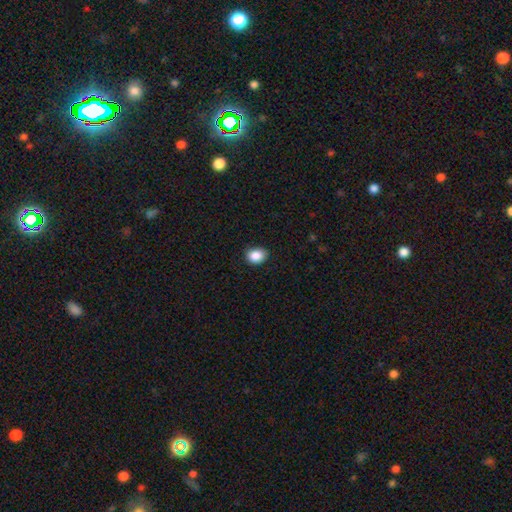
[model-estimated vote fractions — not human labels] A smooth galaxy with no disk features (88%) that is in between round and cigar-shaped (54%).

Vote fractions:
- Smooth or featured? smooth: 88% / star or artifact: 8% / featured or disk: 3%
- How rounded? in between: 54% / round: 45% / cigar-shaped: 1%
- Merging? none: 85% / minor disturbance: 11% / major disturbance: 2% / merger: 1%